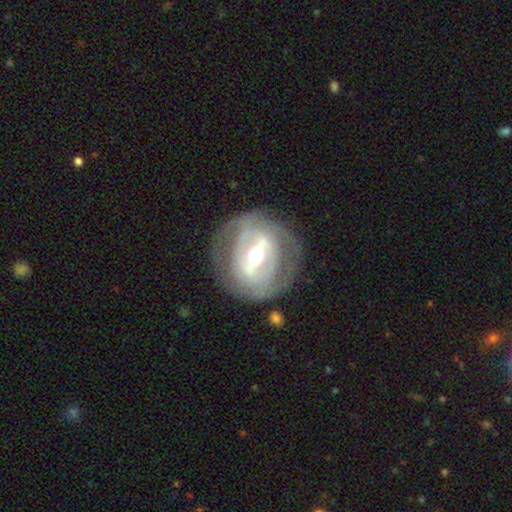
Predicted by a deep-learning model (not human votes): smooth-or-featured: featured or disk: 78% | smooth: 17% | star or artifact: 5%
  disk-edge-on: no: 93% | yes: 7%
    bar: strong: 58% | weak: 28% | no: 14%
    has-spiral-arms: yes: 53% | no: 47%
    bulge-size: moderate: 63% | small: 28% | large: 6% | dominant: 1% | none: 1%
  merging: none: 75% | minor disturbance: 14% | major disturbance: 9% | merger: 2%